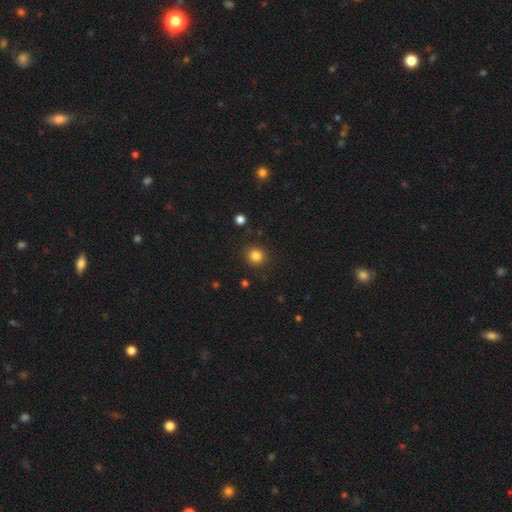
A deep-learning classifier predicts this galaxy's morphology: type=smooth (83%); roundness=round (91%); merging=none (90%).